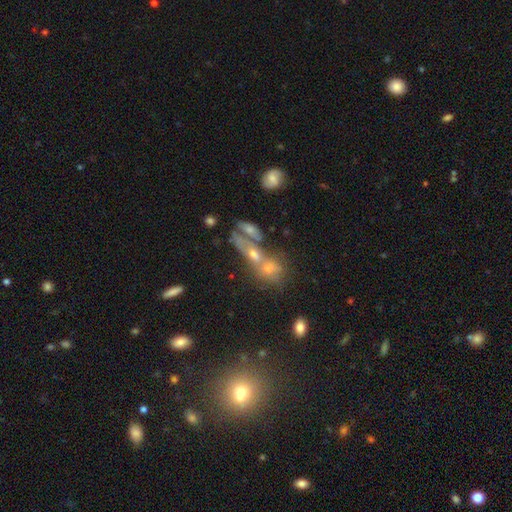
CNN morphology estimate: This is marginally a featured or disk galaxy (38%). Merging: possibly merger (56%).